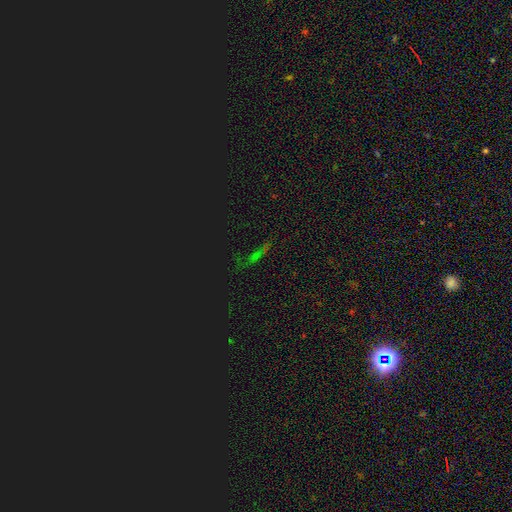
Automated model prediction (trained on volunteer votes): This appears to be a star or artifact, not a galaxy (62%).